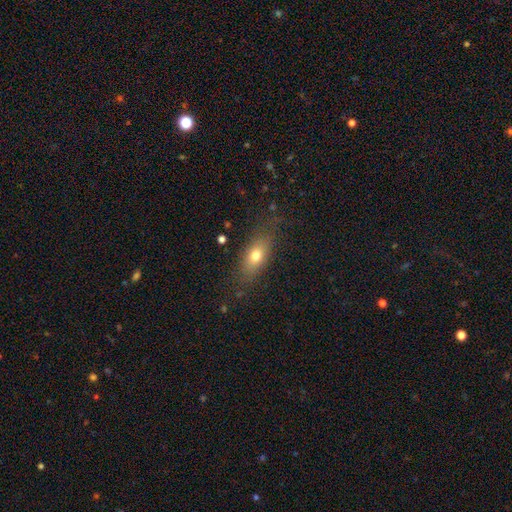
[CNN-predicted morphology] Overall: smooth (71%). How rounded: in between (73%). Merging: none (76%).